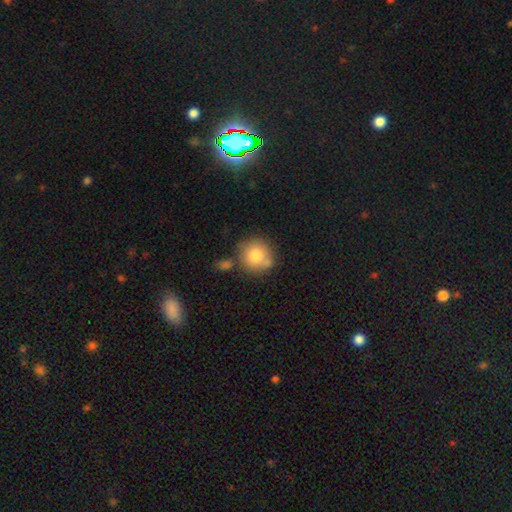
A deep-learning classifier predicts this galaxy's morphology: A smooth galaxy with no disk features (79%) that is round (91%).

Vote fractions:
- Smooth or featured? smooth: 79% / featured or disk: 13% / star or artifact: 8%
- How rounded? round: 91% / in between: 8% / cigar-shaped: 1%
- Merging? none: 64% / merger: 18% / minor disturbance: 14% / major disturbance: 4%